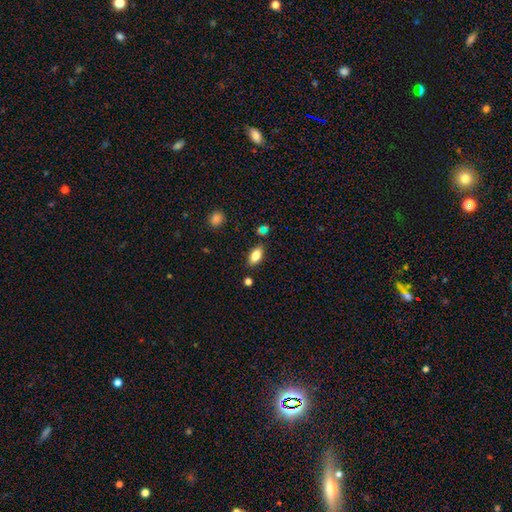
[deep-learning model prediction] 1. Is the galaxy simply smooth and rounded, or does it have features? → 79% smooth, 12% featured or disk, 9% star or artifact.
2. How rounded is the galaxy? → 89% in between, 7% cigar-shaped, 5% round.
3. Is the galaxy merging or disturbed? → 81% none, 13% minor disturbance, 3% merger, 3% major disturbance.